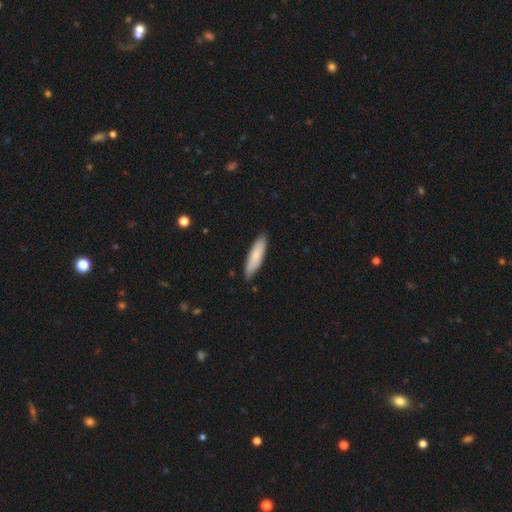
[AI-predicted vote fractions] Smooth or featured?
  - smooth: 81% *
  - featured or disk: 14%
  - star or artifact: 5%
How rounded?
  - cigar-shaped: 70% *
  - in between: 28%
  - round: 1%
Merging?
  - none: 86% *
  - minor disturbance: 12%
  - major disturbance: 2%
  - merger: 1%